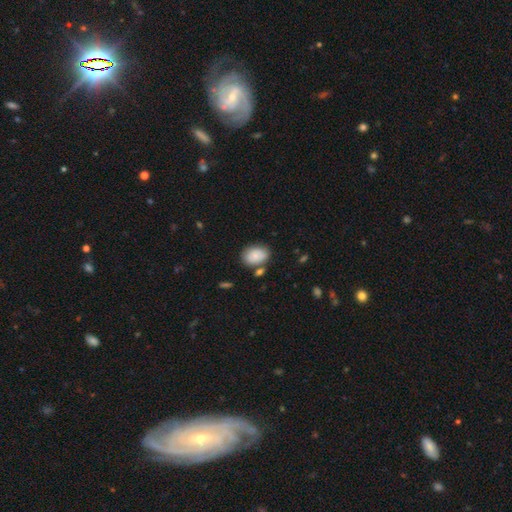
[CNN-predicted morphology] Smooth or featured? smooth (81%)
How rounded? in between (80%)
Merging? none (70%)